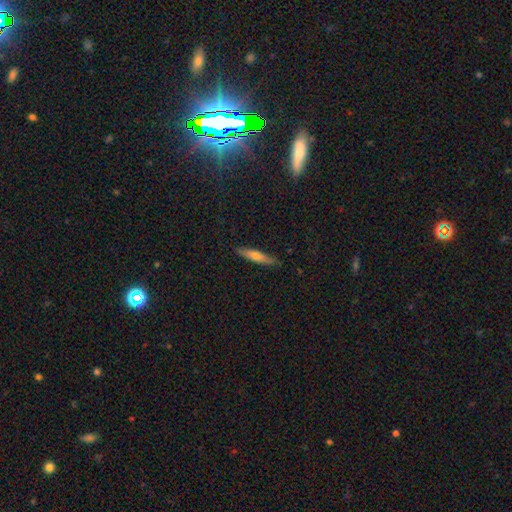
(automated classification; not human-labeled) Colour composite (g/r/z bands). It shows a smooth galaxy with no disk features (59%) that is cigar-shaped (85%). Merging: none (85%).